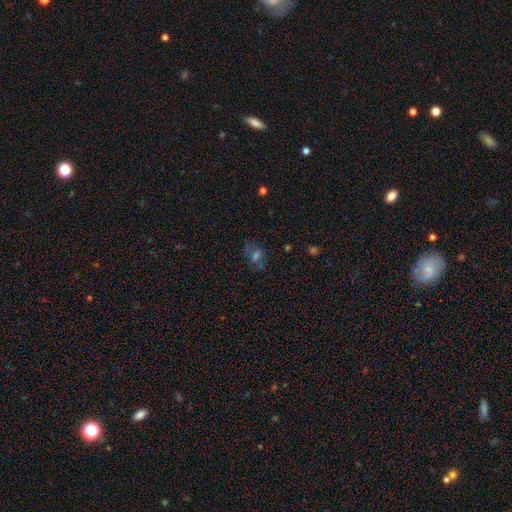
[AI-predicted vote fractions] A smooth galaxy with no disk features (42%).

Vote fractions:
- Smooth or featured? smooth: 42% / star or artifact: 34% / featured or disk: 23%
- Merging? none: 64% / minor disturbance: 18% / major disturbance: 11% / merger: 7%